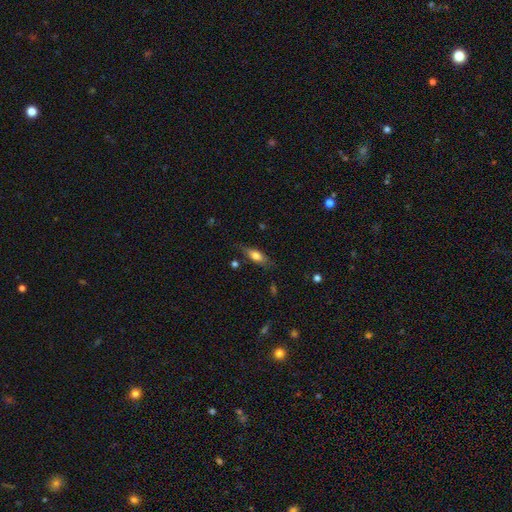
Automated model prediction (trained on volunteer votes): This is likely a smooth galaxy (71%). How rounded: likely in between (68%). Merging: likely none (73%).